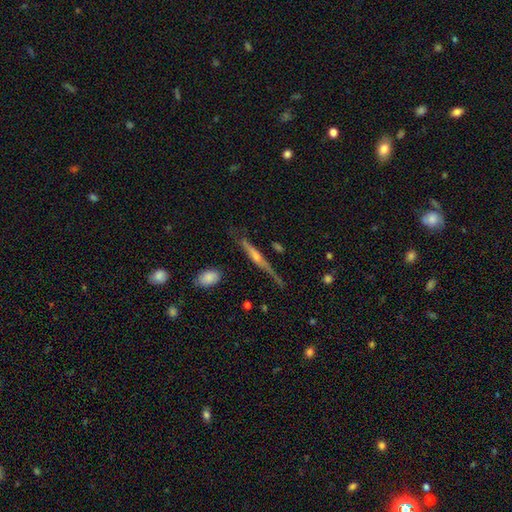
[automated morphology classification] smooth_or_featured: featured or disk (p=0.73) [alt: smooth p=0.19]
disk_edge_on: yes (p=0.95) [alt: no p=0.05]
edge_on_bulge: rounded (p=0.80) [alt: none p=0.12]
merging: none (p=0.70) [alt: minor disturbance p=0.20]